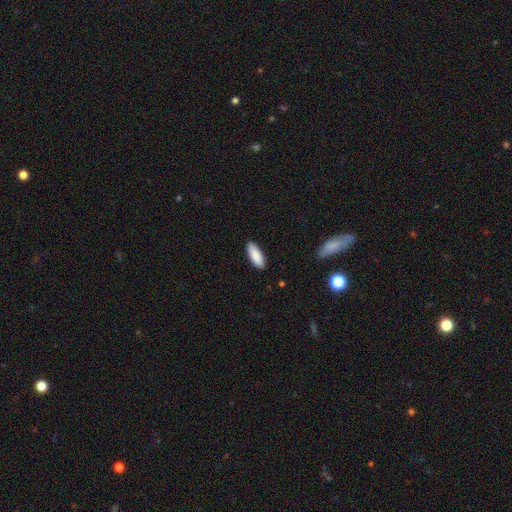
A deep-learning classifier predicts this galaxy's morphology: Overall: smooth (89%). How rounded: in between (73%). Merging: none (89%).